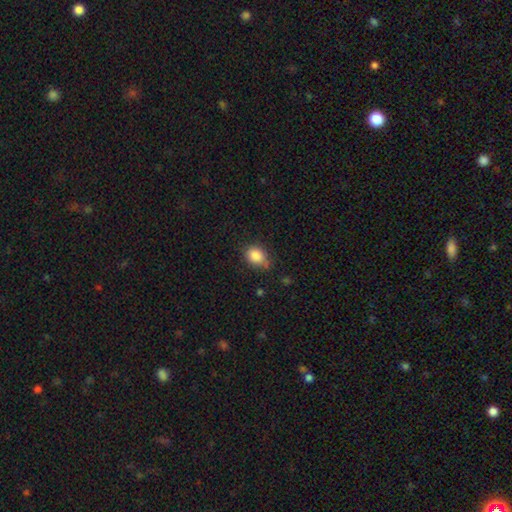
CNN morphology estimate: This appears to be a smooth galaxy with no disk features (85%) that is in between round and cigar-shaped (56%). Merging: none (68%).